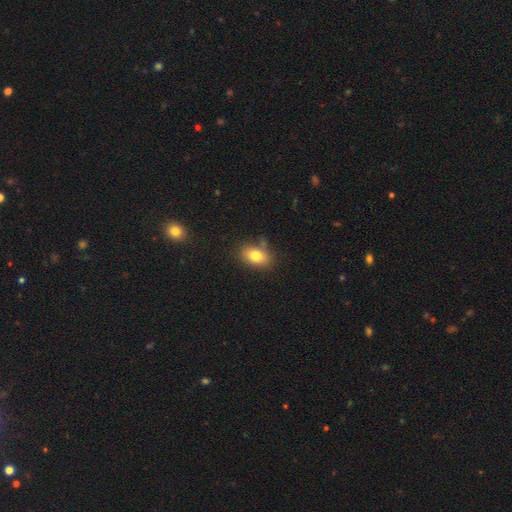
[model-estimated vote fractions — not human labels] A smooth galaxy with no disk features (80%) that is in between round and cigar-shaped (83%). Merging: none (74%).